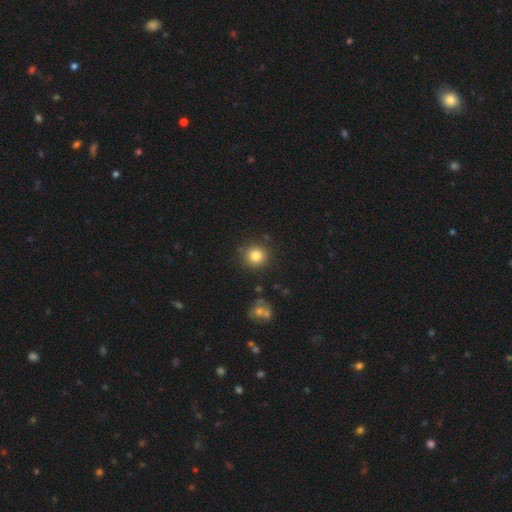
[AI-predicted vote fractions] Smooth or featured?
  - smooth: 82% *
  - star or artifact: 11%
  - featured or disk: 7%
How rounded?
  - round: 93% *
  - in between: 6%
  - cigar-shaped: 1%
Merging?
  - none: 87% *
  - minor disturbance: 8%
  - major disturbance: 3%
  - merger: 3%